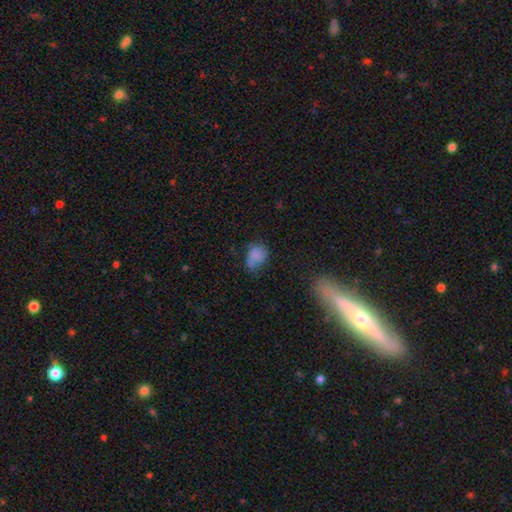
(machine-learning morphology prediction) A smooth galaxy with no disk features (74%) that is in between round and cigar-shaped (61%). Merging: none (39%).